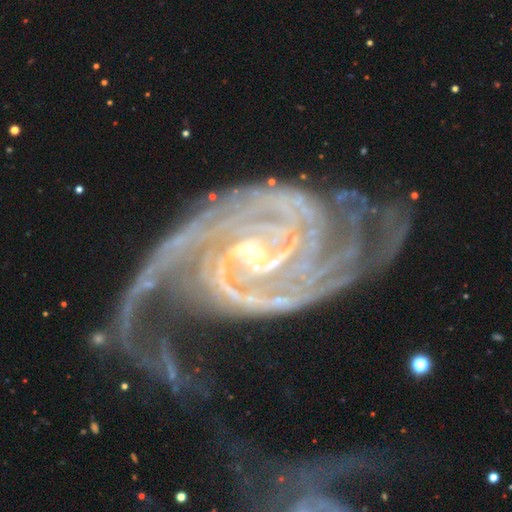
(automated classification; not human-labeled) This appears to be a featured or disk galaxy (93%) with no bar (40%), 2 (28%) tight (60%) spiral arms (99%) and a small central bulge (80%). Merging: major disturbance (30%).